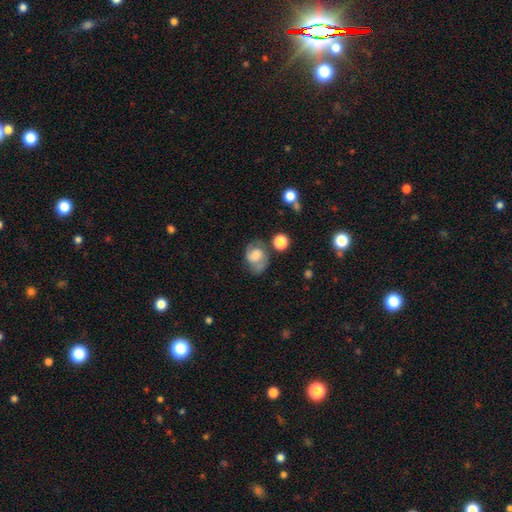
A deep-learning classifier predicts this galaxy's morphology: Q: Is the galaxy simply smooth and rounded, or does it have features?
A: smooth — 53%.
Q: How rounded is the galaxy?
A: in between — 60%.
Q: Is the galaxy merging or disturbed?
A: none — 48%.